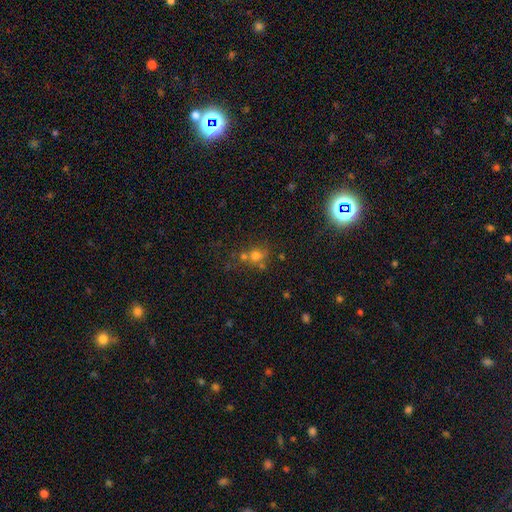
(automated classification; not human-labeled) The model was most divided on "merging": none: 43%, merger: 38%, minor disturbance: 12%, major disturbance: 8%. More confident: how rounded — round (74%); smooth or featured — smooth (64%).